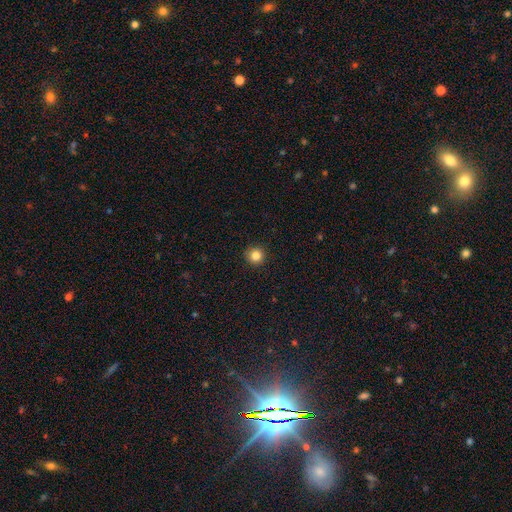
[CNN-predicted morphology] Smooth or featured? smooth (84%)
How rounded? round (95%)
Merging? none (92%)